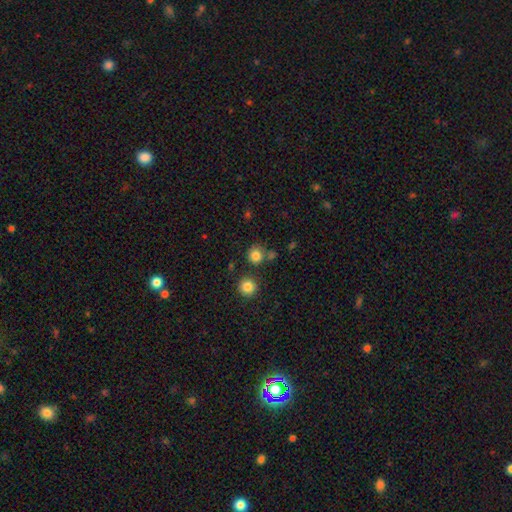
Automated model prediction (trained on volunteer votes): This is clearly a smooth galaxy (82%). How rounded: clearly round (90%). Merging: likely none (75%).